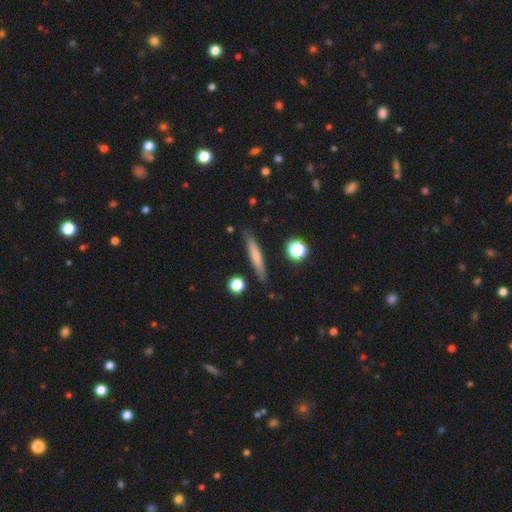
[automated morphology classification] smooth_or_featured: smooth (p=0.63) [alt: featured or disk p=0.30]
how_rounded: cigar-shaped (p=0.92) [alt: in between p=0.06]
merging: none (p=0.86) [alt: minor disturbance p=0.09]